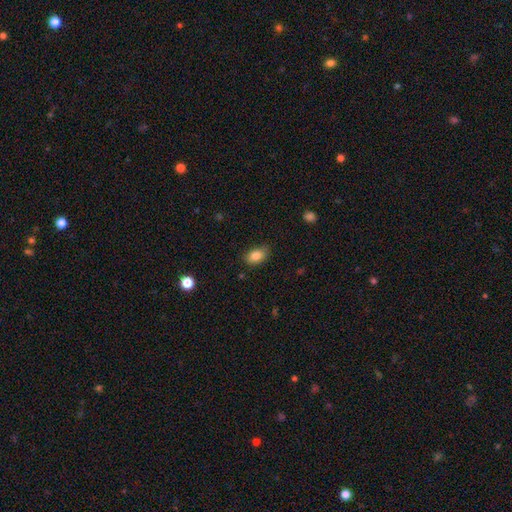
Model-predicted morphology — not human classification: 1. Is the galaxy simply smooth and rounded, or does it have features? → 85% smooth, 9% star or artifact, 7% featured or disk.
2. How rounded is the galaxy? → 86% in between, 12% round, 2% cigar-shaped.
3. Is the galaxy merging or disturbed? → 74% none, 21% minor disturbance, 4% major disturbance, 1% merger.